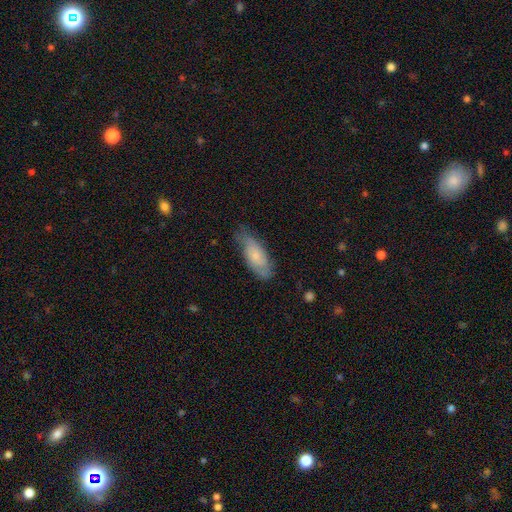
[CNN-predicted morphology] Overall: smooth (62%; featured or disk 31%). How rounded: in between (76%). Merging: none (63%; minor disturbance 29%).